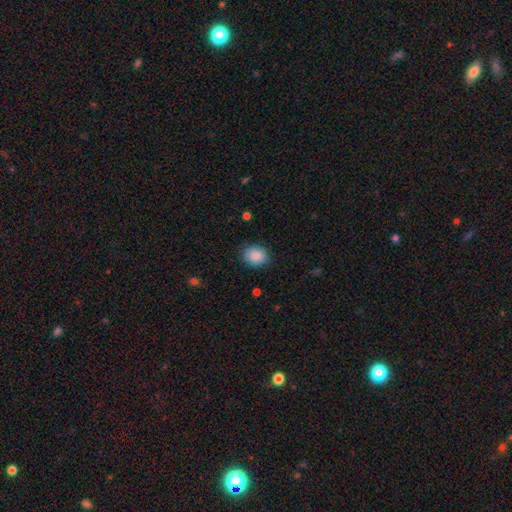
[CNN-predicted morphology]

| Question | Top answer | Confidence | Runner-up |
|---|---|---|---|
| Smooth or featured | smooth | 88% | star or artifact (8%) |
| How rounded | round | 58% | in between (41%) |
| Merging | none | 84% | minor disturbance (12%) |